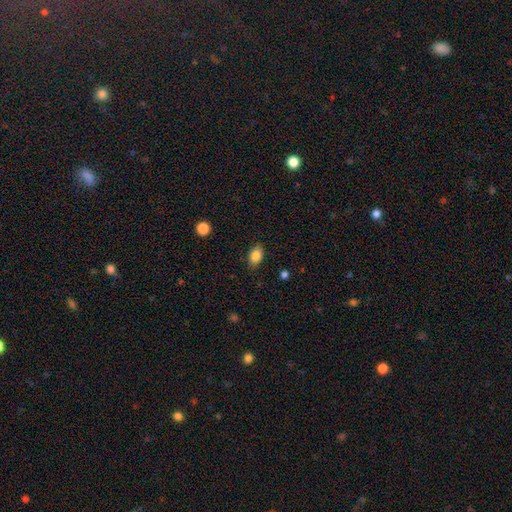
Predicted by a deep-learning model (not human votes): Smooth or featured: smooth — 86% (star or artifact — 9%)
How rounded: in between — 85% (round — 14%)
Merging: none — 85% (minor disturbance — 11%)